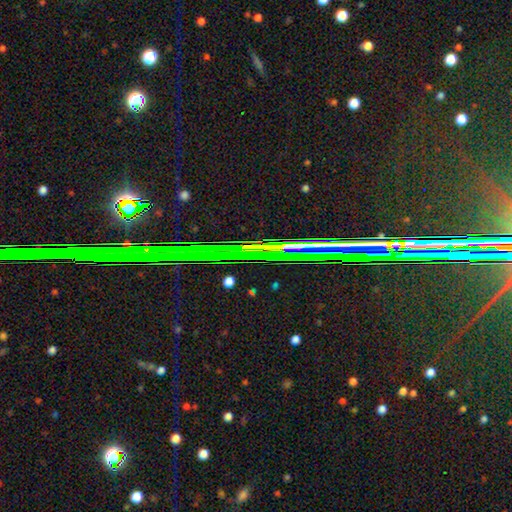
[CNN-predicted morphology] Smooth or featured? Predicted: star or artifact (p=0.84).